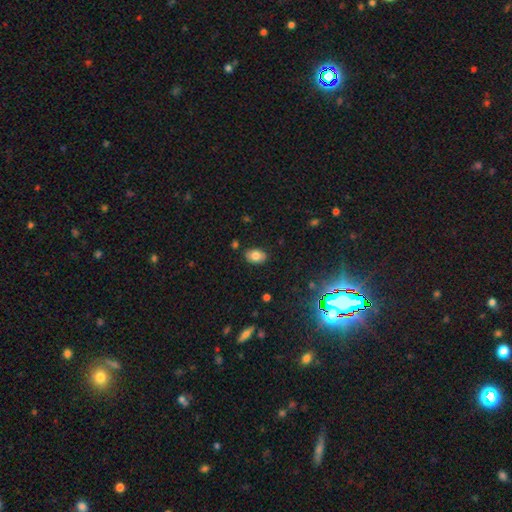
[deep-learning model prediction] Smooth or featured? smooth (79%)
How rounded? in between (85%)
Merging? none (85%)